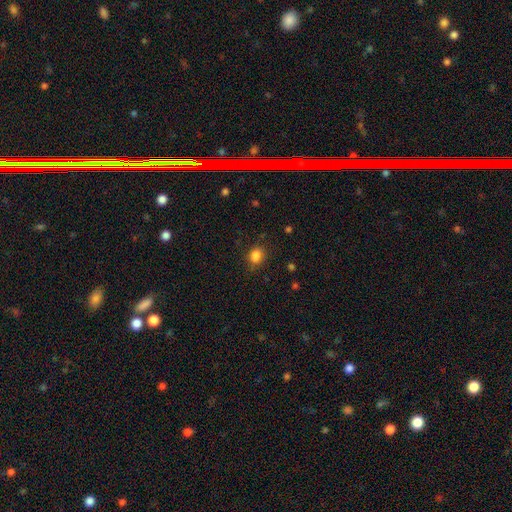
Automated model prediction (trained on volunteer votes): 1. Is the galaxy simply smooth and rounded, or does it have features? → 85% smooth, 11% star or artifact, 4% featured or disk.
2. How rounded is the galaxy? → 53% round, 45% in between, 1% cigar-shaped.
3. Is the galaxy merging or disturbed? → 79% none, 15% minor disturbance, 4% major disturbance, 1% merger.